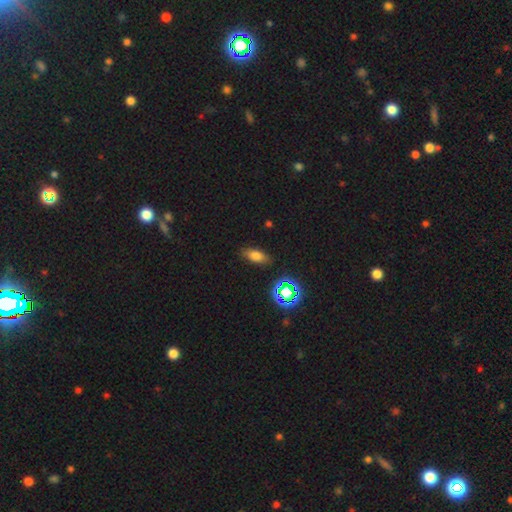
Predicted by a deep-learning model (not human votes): smooth_or_featured: smooth (p=0.70) [alt: star or artifact p=0.19]
how_rounded: in between (p=0.83) [alt: cigar-shaped p=0.11]
merging: none (p=0.85) [alt: minor disturbance p=0.10]